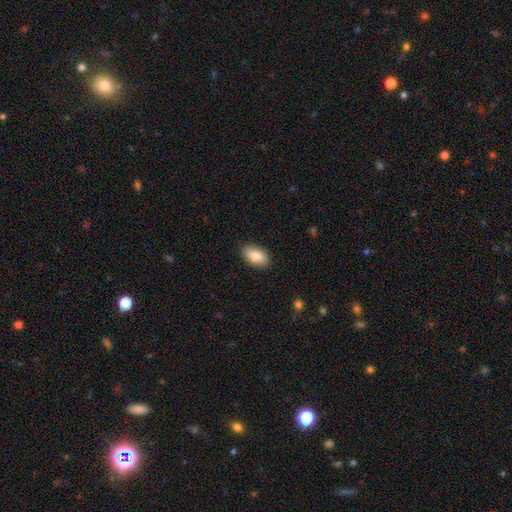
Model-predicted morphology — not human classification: Smooth or featured? Predicted: smooth (p=0.86). How rounded? Predicted: in between (p=0.93). Merging? Predicted: none (p=0.87).